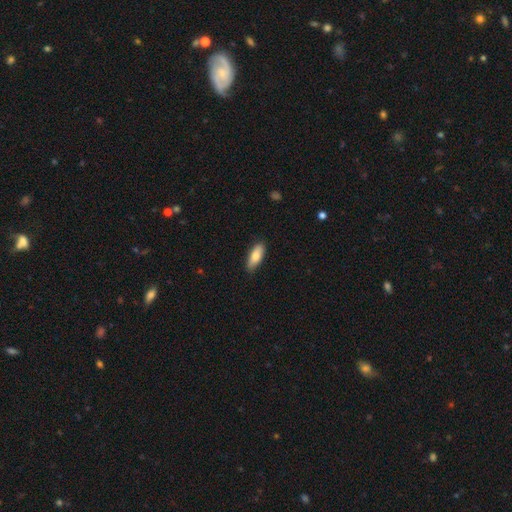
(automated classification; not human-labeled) A smooth galaxy with no disk features (79%) that is in between round and cigar-shaped (70%). Merging: none (84%).